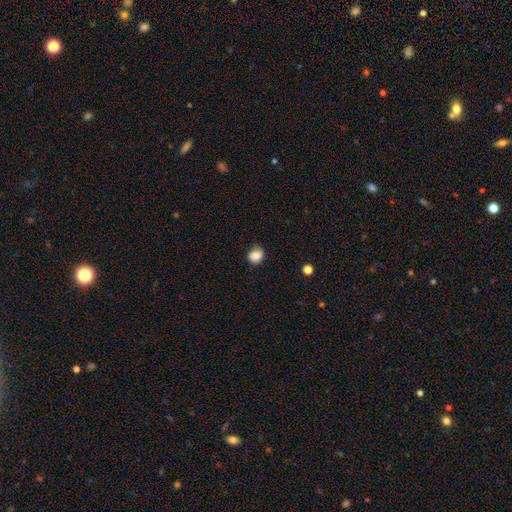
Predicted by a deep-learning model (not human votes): A smooth galaxy with no disk features (86%) that is round (76%).

Vote fractions:
- Smooth or featured? smooth: 86% / star or artifact: 9% / featured or disk: 5%
- How rounded? round: 76% / in between: 23% / cigar-shaped: 1%
- Merging? none: 73% / minor disturbance: 20% / major disturbance: 5% / merger: 1%